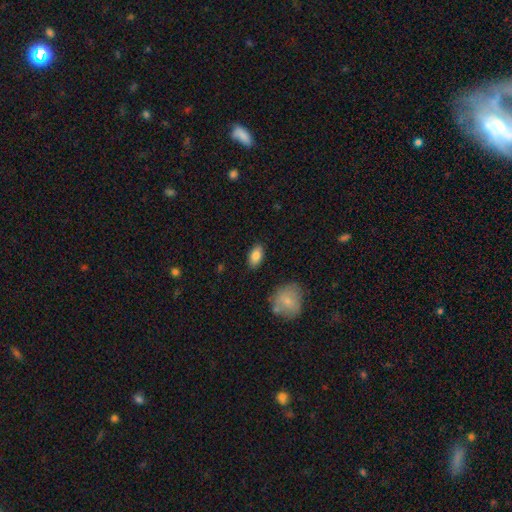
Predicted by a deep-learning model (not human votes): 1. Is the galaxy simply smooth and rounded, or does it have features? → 85% smooth, 8% featured or disk, 7% star or artifact.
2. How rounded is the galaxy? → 91% in between, 5% round, 4% cigar-shaped.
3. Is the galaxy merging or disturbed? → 87% none, 9% minor disturbance, 2% major disturbance, 2% merger.